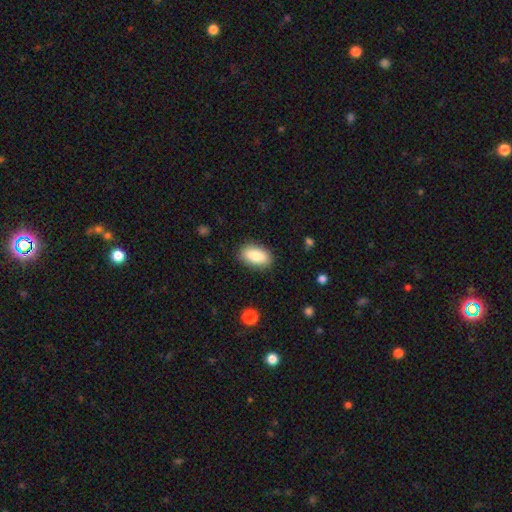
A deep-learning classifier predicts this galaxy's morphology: Smooth or featured? Predicted: smooth (p=0.83). How rounded? Predicted: in between (p=0.92). Merging? Predicted: none (p=0.86).